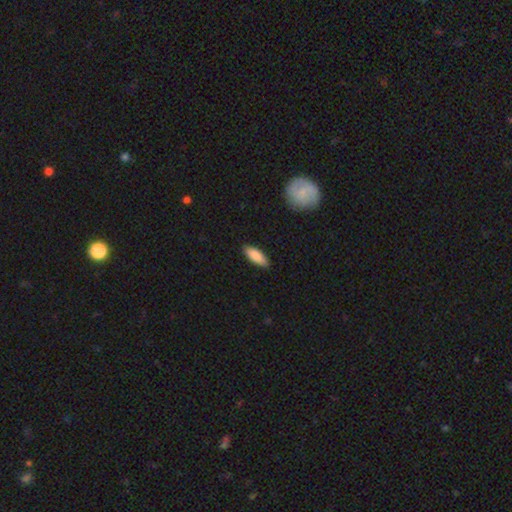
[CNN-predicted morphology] This is clearly a smooth galaxy (86%). How rounded: likely in between (66%). Merging: clearly none (87%).